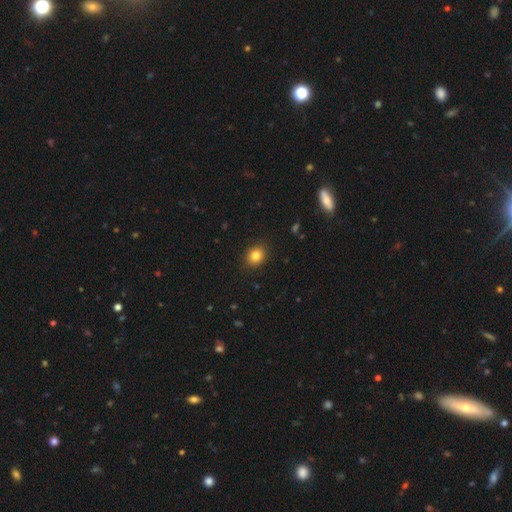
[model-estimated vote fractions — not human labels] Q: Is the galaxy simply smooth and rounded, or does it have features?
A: smooth — 83%.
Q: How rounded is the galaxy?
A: round — 61%.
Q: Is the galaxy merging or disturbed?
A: none — 89%.